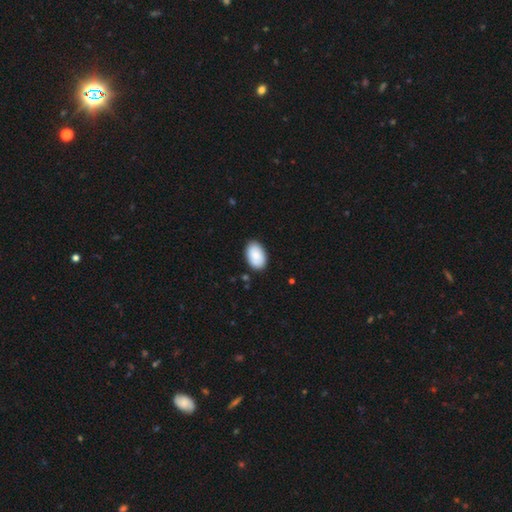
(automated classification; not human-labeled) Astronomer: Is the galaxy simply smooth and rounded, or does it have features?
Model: smooth — 88%.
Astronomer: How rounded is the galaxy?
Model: in between — 93%.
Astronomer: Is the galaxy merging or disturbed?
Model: none — 87%.